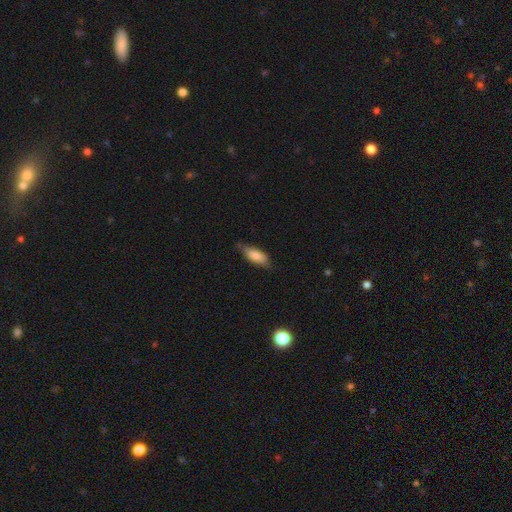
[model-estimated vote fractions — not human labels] smooth_or_featured: smooth (p=0.79) [alt: featured or disk p=0.15]
how_rounded: in between (p=0.71) [alt: cigar-shaped p=0.27]
merging: none (p=0.69) [alt: minor disturbance p=0.25]